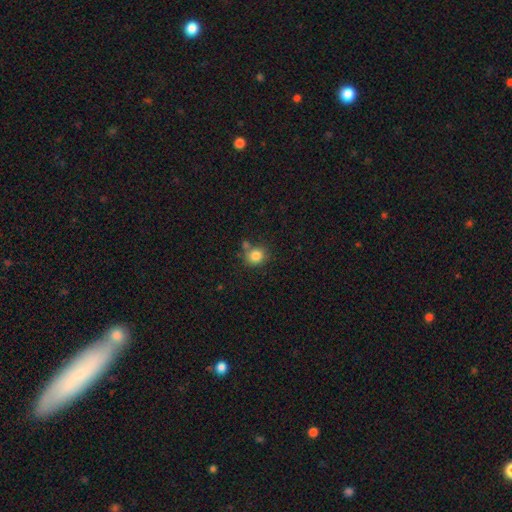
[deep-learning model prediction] The model was most divided on "merging": none: 68%, merger: 15%, minor disturbance: 13%, major disturbance: 4%. More confident: smooth or featured — smooth (83%); how rounded — round (79%).